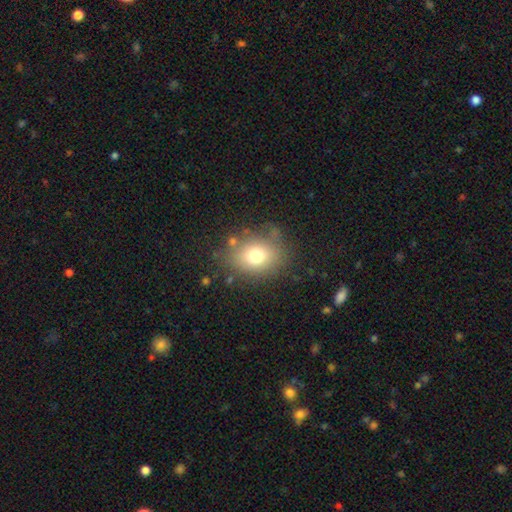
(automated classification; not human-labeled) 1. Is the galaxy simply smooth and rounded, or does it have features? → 75% smooth, 13% featured or disk, 13% star or artifact.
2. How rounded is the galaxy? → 51% round, 48% in between, 1% cigar-shaped.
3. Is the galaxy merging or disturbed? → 75% none, 15% minor disturbance, 6% major disturbance, 3% merger.